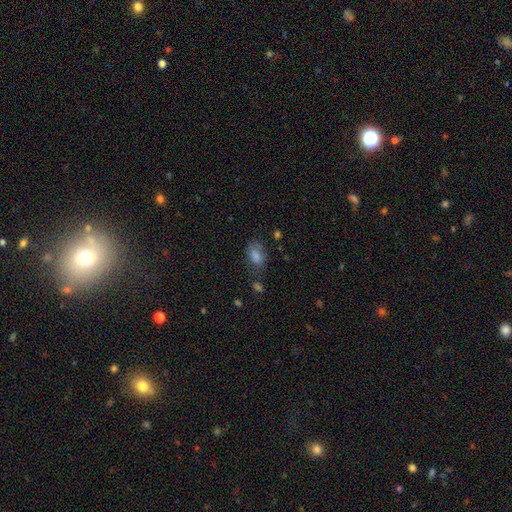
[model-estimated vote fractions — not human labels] Q: Smooth or featured?
A: smooth (66%); runner-up: star or artifact (21%)
Q: How rounded?
A: in between (84%); runner-up: round (12%)
Q: Merging?
A: none (62%); runner-up: minor disturbance (21%)